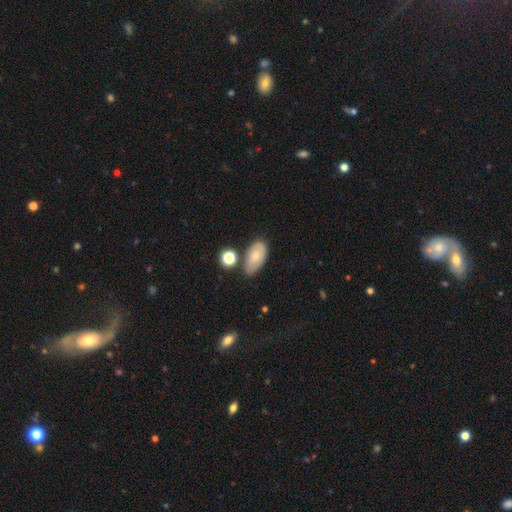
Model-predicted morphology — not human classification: type=smooth (74%); roundness=in between (92%); merging=none (64%).